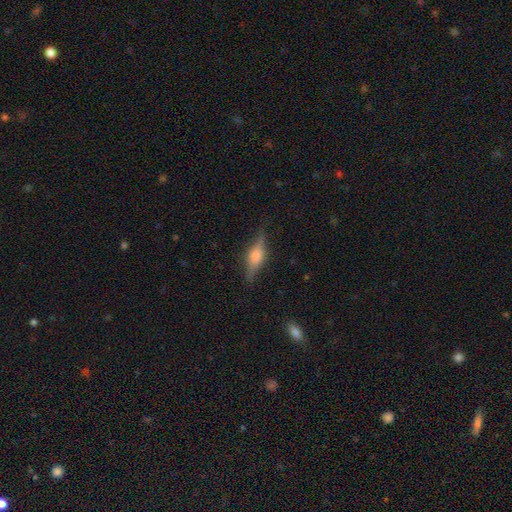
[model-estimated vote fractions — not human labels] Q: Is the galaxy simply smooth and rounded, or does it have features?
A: featured or disk — 70%.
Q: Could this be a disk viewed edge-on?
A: yes — 96%.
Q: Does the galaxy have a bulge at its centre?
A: rounded — 84%.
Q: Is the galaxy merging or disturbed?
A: none — 83%.